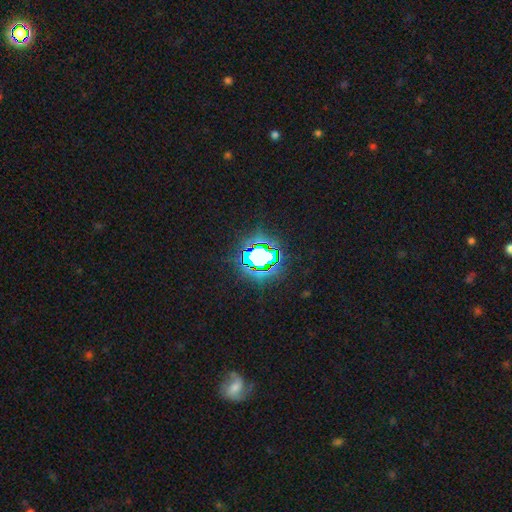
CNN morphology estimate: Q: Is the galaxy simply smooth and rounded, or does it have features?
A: star or artifact — 69%.